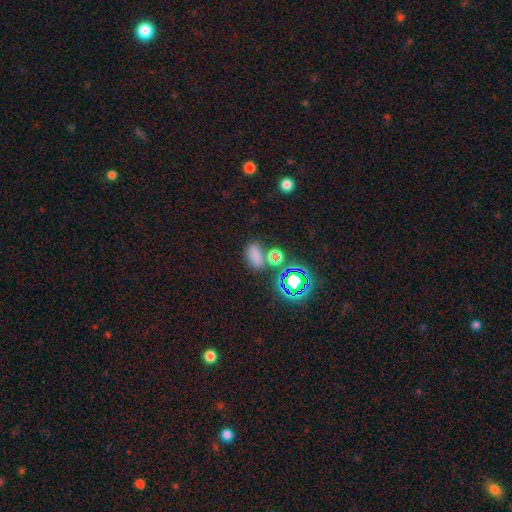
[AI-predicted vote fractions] This is likely a smooth galaxy (66%). How rounded: clearly in between (82%). Merging: likely none (68%).